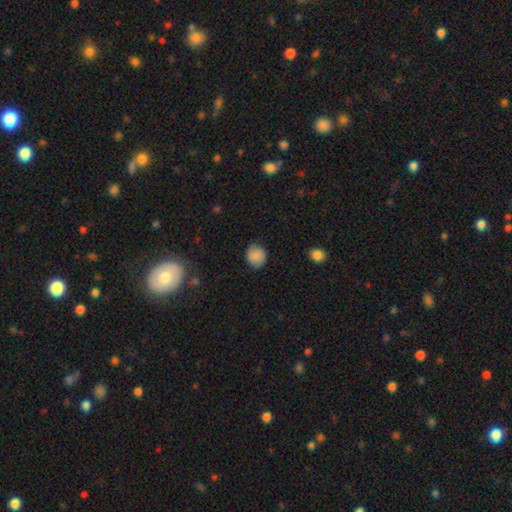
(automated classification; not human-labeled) smooth-or-featured: smooth: 75% | featured or disk: 16% | star or artifact: 9%
  how-rounded: round: 82% | in between: 17% | cigar-shaped: 1%
  merging: none: 81% | minor disturbance: 14% | major disturbance: 4% | merger: 1%